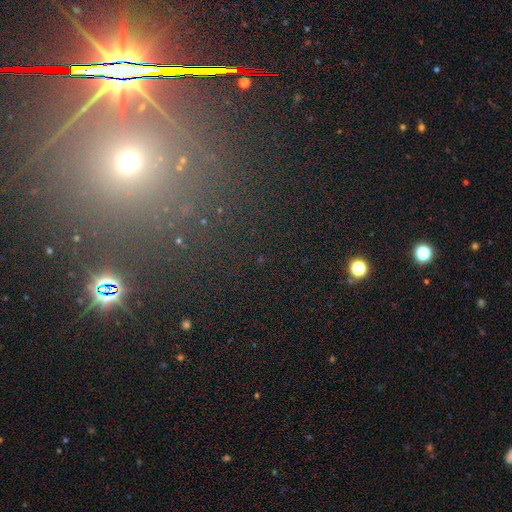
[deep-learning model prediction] This is likely a star or artifact rather than a galaxy (66%).